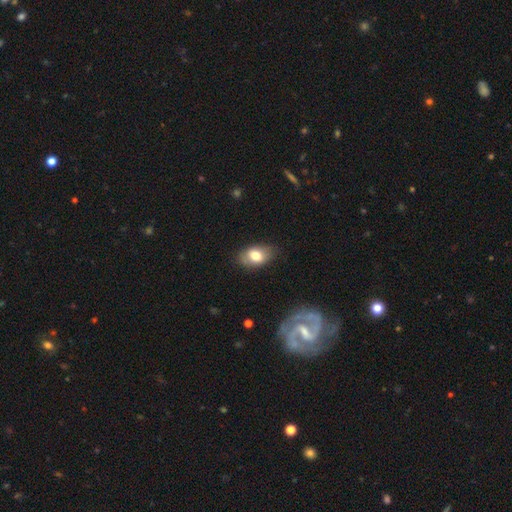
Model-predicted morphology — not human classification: smooth 74%, featured or disk 18%, star or artifact 8%. Down the decision tree: how rounded — in between (86%); merging — none (77%).